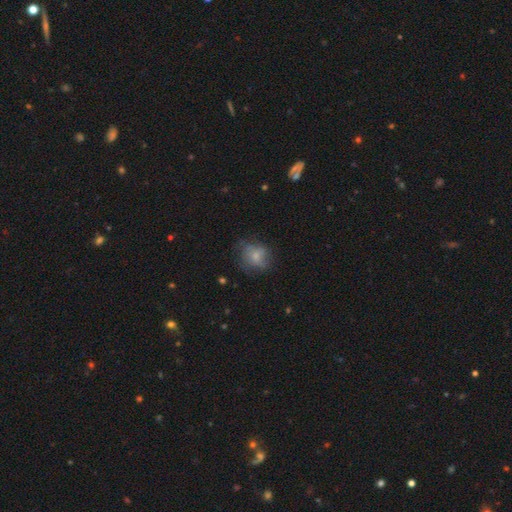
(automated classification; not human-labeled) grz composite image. It shows a smooth galaxy with no disk features (56%) that is round (70%). Merging: none (59%).